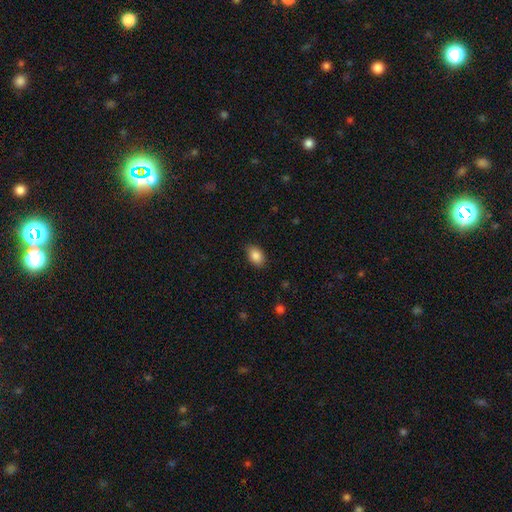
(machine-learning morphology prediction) Smooth or featured: smooth — 87% (star or artifact — 8%)
How rounded: in between — 84% (round — 15%)
Merging: none — 86% (minor disturbance — 11%)